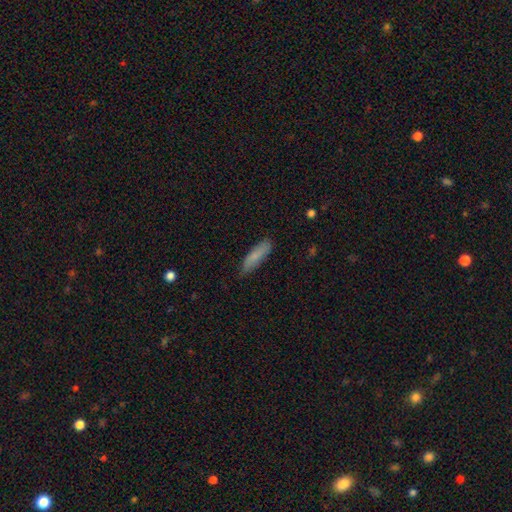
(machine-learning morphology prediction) type=smooth (79%); roundness=cigar-shaped (64%); merging=none (78%).